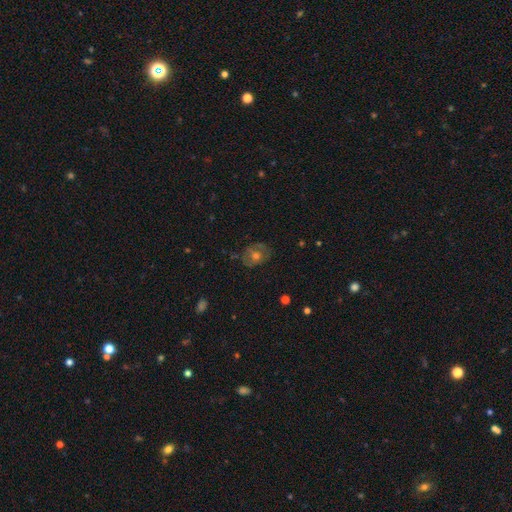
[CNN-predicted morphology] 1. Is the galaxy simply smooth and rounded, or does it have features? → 52% featured or disk, 34% smooth, 15% star or artifact.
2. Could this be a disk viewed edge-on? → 95% no, 5% yes.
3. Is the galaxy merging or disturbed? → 71% none, 18% minor disturbance, 9% major disturbance, 2% merger.